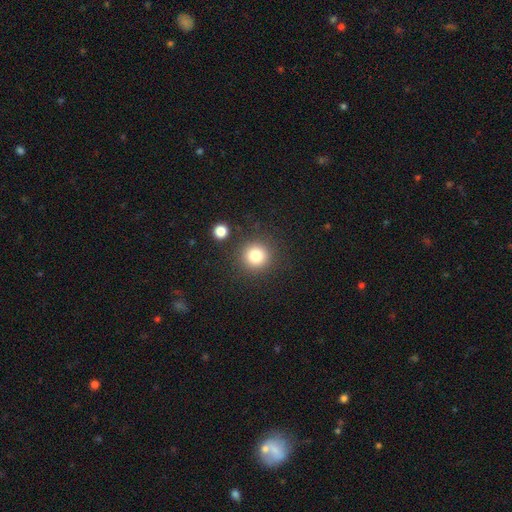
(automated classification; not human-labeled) smooth-or-featured: smooth: 80% | star or artifact: 12% | featured or disk: 7%
  how-rounded: round: 94% | in between: 5% | cigar-shaped: 1%
  merging: none: 87% | minor disturbance: 7% | merger: 4% | major disturbance: 3%